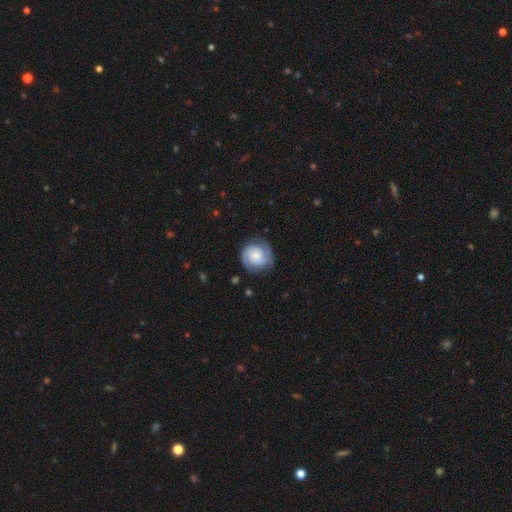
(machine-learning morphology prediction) smooth_or_featured: featured or disk (p=0.74) [alt: smooth p=0.19]
disk_edge_on: no (p=0.98) [alt: yes p=0.02]
bar: no (p=0.71) [alt: weak p=0.24]
has_spiral_arms: yes (p=0.95) [alt: no p=0.05]
spiral_winding: tight (p=0.59) [alt: medium p=0.33]
spiral_arm_count: 2 (p=0.77) [alt: can't tell p=0.09]
bulge_size: small (p=0.52) [alt: moderate p=0.31]
merging: none (p=0.77) [alt: minor disturbance p=0.15]